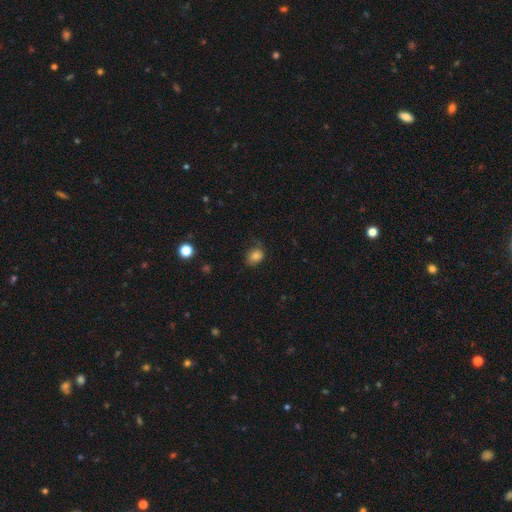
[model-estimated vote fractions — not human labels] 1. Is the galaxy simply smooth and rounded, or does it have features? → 80% smooth, 11% star or artifact, 10% featured or disk.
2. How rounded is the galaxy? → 55% in between, 44% round, 1% cigar-shaped.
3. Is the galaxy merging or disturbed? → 58% none, 28% minor disturbance, 13% major disturbance, 2% merger.